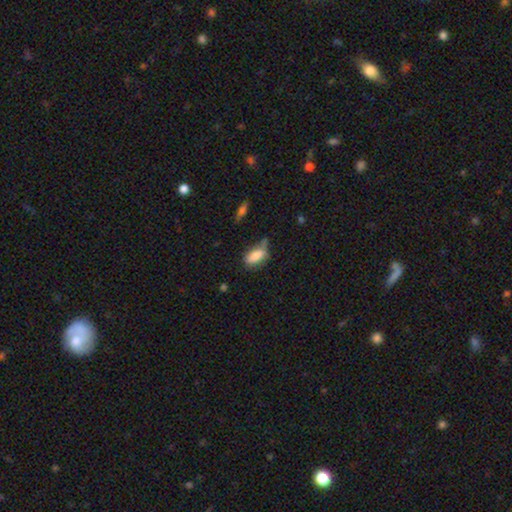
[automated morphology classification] Smooth or featured? Predicted: smooth (p=0.78). How rounded? Predicted: in between (p=0.85). Merging? Predicted: none (p=0.49).